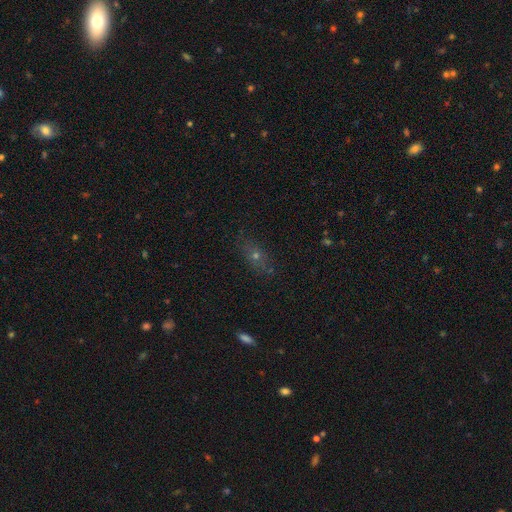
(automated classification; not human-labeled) Morphology: type=smooth (48%); merging=none (78%).